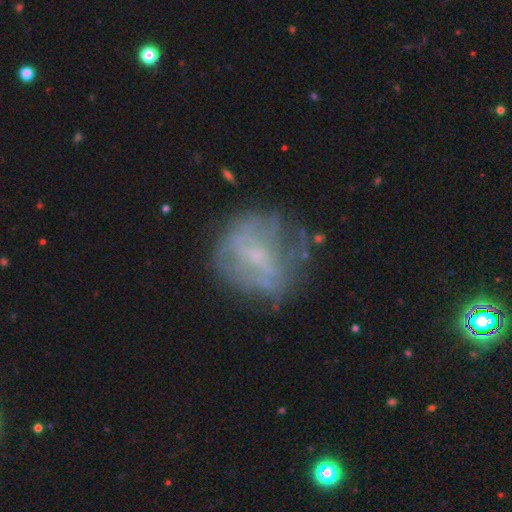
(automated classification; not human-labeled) A featured or disk galaxy (55%) with no bar (56%), no spiral arms (68%) and a small central bulge (60%).

Vote fractions:
- Smooth or featured? featured or disk: 55% / smooth: 31% / star or artifact: 14%
- Edge-on disk? no: 96% / yes: 4%
- Bar? no: 56% / weak: 34% / strong: 10%
- Spiral arms? no: 68% / yes: 32%
- Bulge size? small: 60% / none: 23% / moderate: 14% / large: 1% / dominant: 1%
- Merging? none: 58% / minor disturbance: 21% / major disturbance: 18% / merger: 3%